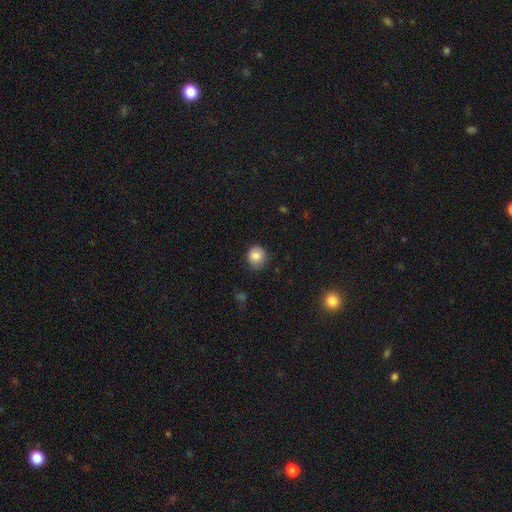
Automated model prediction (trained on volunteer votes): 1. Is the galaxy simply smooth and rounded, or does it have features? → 84% smooth, 9% star or artifact, 7% featured or disk.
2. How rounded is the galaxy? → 84% round, 15% in between, 1% cigar-shaped.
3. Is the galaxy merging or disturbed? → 83% none, 14% minor disturbance, 3% major disturbance, 1% merger.